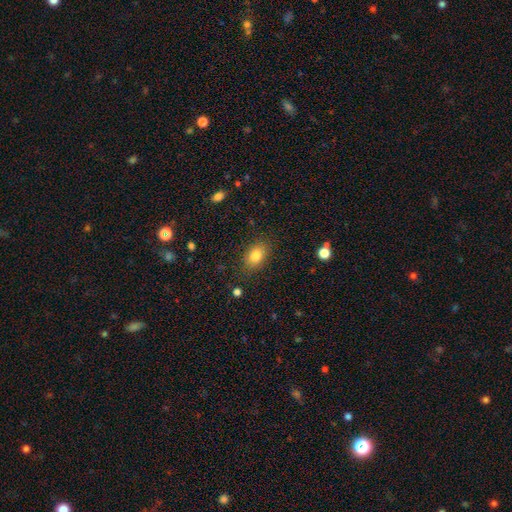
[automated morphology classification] Q: Smooth or featured?
A: smooth (82%); runner-up: star or artifact (9%)
Q: How rounded?
A: in between (77%); runner-up: round (22%)
Q: Merging?
A: none (84%); runner-up: minor disturbance (11%)